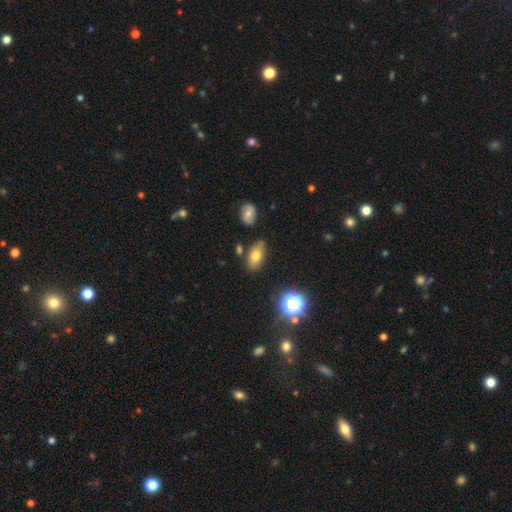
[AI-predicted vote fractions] Morphology: type=smooth (71%); roundness=in between (88%); merging=none (76%).